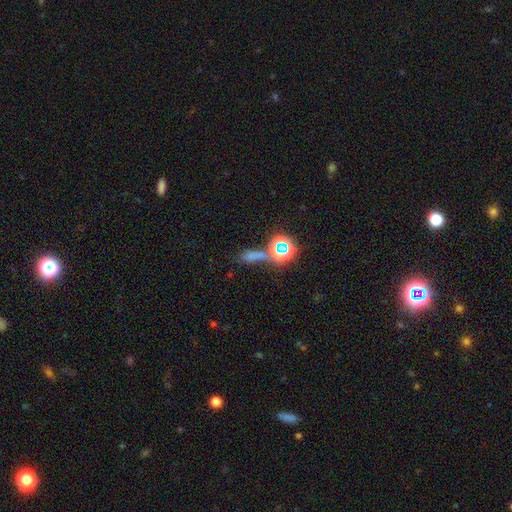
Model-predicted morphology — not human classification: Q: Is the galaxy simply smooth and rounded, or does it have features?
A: smooth — 47%.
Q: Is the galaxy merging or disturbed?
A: none — 57%.